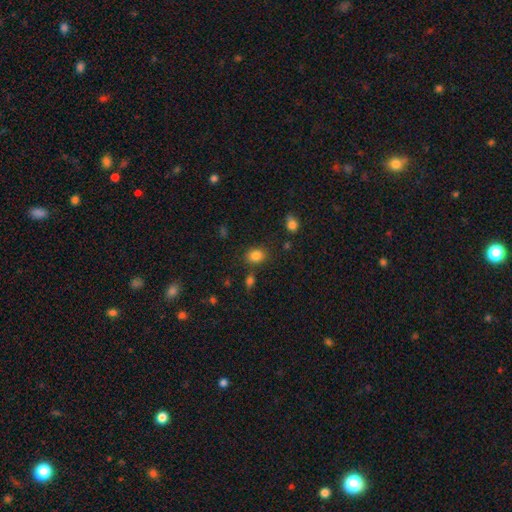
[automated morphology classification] Q: Smooth or featured?
A: smooth (84%); runner-up: star or artifact (11%)
Q: How rounded?
A: in between (54%); runner-up: round (45%)
Q: Merging?
A: none (79%); runner-up: minor disturbance (12%)